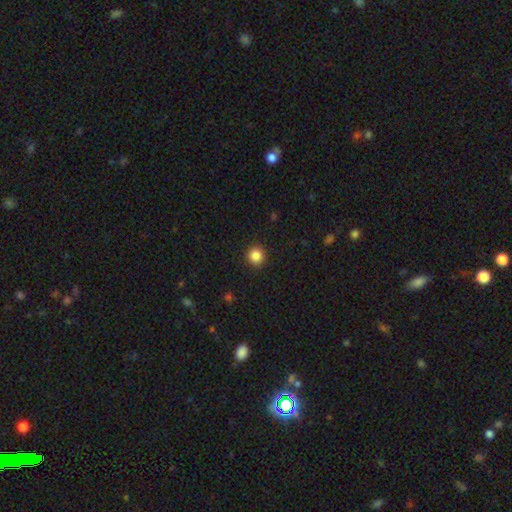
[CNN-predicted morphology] Smooth or featured? smooth (86%)
How rounded? round (94%)
Merging? none (93%)